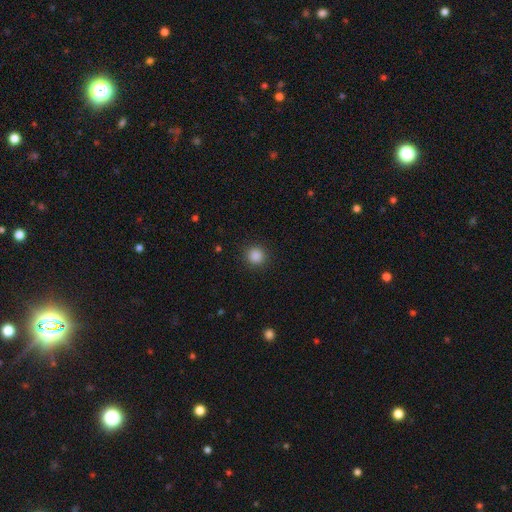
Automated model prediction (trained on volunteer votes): A smooth galaxy with no disk features (86%) that is round (93%). Merging: none (91%).